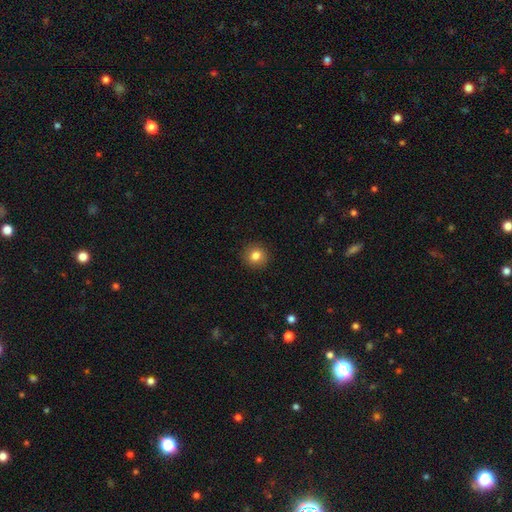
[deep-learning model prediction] A smooth galaxy with no disk features (83%) that is round (91%).

Vote fractions:
- Smooth or featured? smooth: 83% / star or artifact: 10% / featured or disk: 7%
- How rounded? round: 91% / in between: 8% / cigar-shaped: 1%
- Merging? none: 91% / minor disturbance: 6% / major disturbance: 2% / merger: 1%